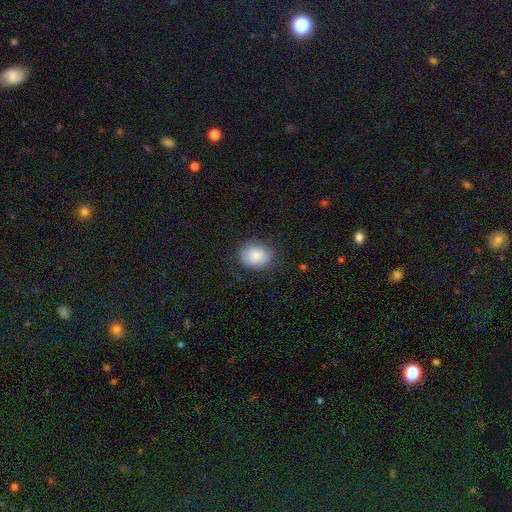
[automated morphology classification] Smooth or featured?
  - smooth: 84% *
  - featured or disk: 9%
  - star or artifact: 7%
How rounded?
  - round: 50% *
  - in between: 49%
  - cigar-shaped: 1%
Merging?
  - none: 77% *
  - minor disturbance: 17%
  - major disturbance: 6%
  - merger: 1%